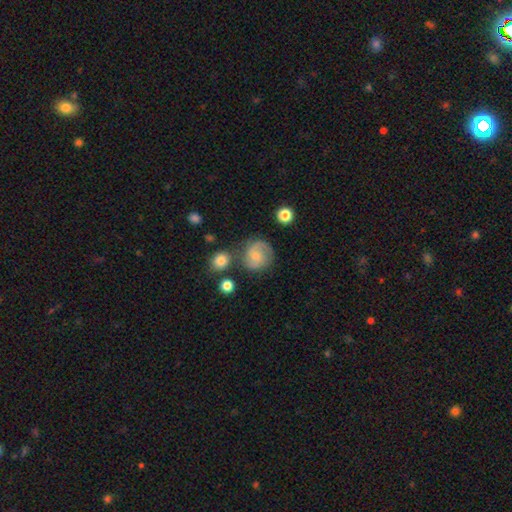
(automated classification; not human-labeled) smooth_or_featured: featured or disk (p=0.49) [alt: smooth p=0.42]
merging: none (p=0.65) [alt: minor disturbance p=0.20]